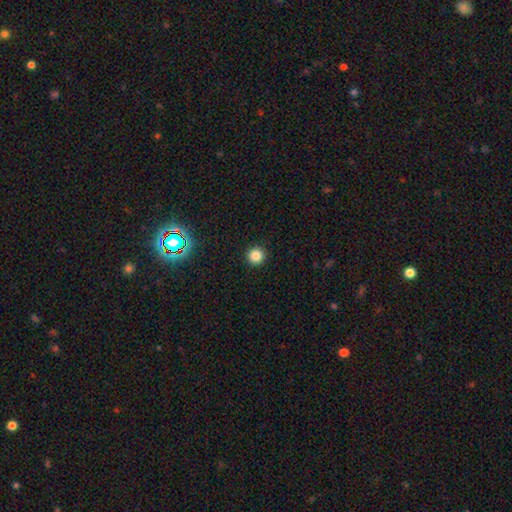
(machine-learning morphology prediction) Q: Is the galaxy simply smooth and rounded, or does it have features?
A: smooth — 82%.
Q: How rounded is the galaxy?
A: round — 96%.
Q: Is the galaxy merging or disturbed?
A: none — 93%.